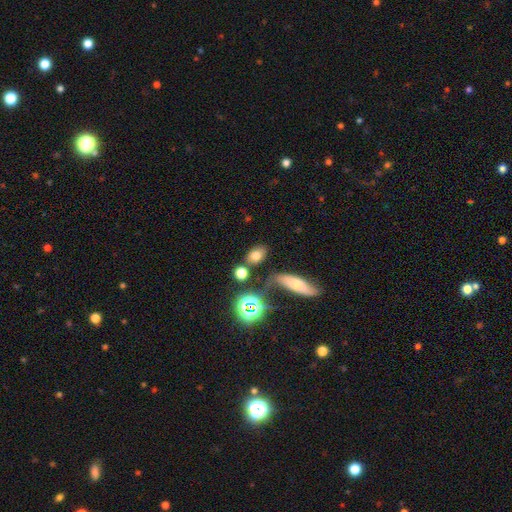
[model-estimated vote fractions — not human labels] Smooth or featured? Predicted: smooth (p=0.72). How rounded? Predicted: in between (p=0.77). Merging? Predicted: none (p=0.73).